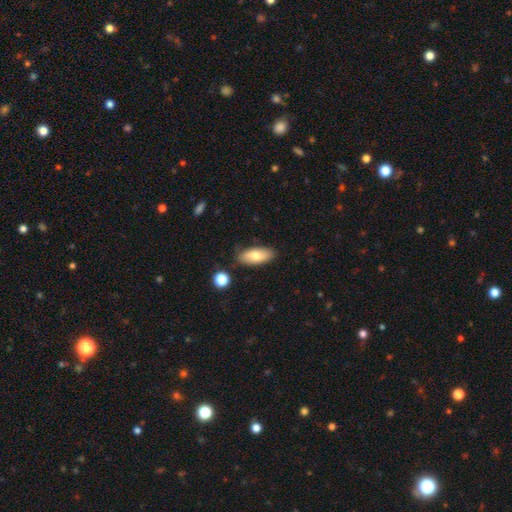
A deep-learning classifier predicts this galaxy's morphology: Overall: smooth (74%). How rounded: in between (85%). Merging: none (80%).